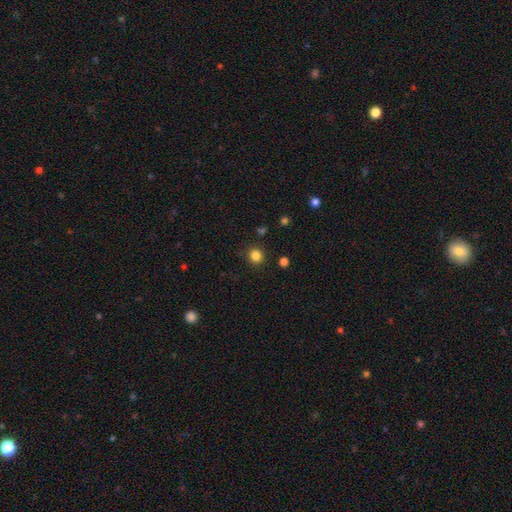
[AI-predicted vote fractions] A smooth galaxy with no disk features (83%) that is round (93%). Merging: none (89%).